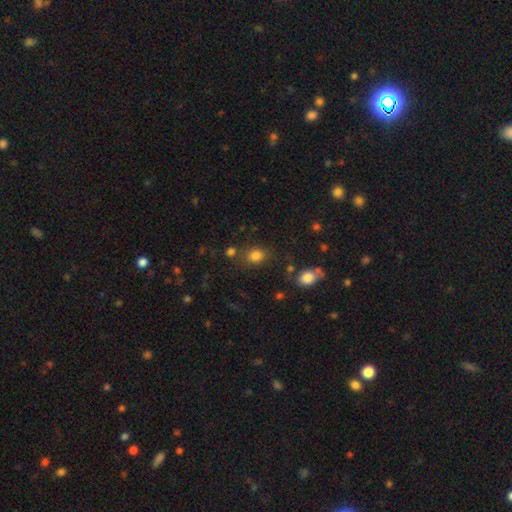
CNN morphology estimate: smooth 81%, star or artifact 13%, featured or disk 6%. Down the decision tree: how rounded — in between (55%); merging — none (72%).